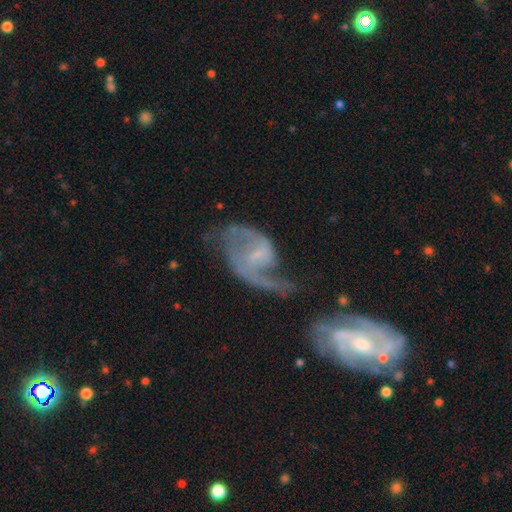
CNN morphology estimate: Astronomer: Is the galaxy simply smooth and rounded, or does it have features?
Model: featured or disk — 85%.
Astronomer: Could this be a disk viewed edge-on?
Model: no — 97%.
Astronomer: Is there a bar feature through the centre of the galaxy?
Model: weak — 55%.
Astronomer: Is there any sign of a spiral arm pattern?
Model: yes — 93%.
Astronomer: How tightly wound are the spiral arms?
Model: loose — 52% (runner-up: medium, 38%).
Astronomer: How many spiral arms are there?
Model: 2 — 78%.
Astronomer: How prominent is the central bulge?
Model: small — 58%.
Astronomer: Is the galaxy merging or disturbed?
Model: none — 42% (runner-up: major disturbance, 30%).